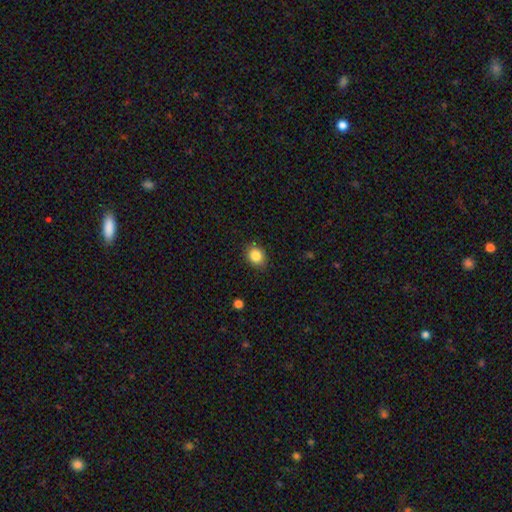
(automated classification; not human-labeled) The model was most divided on "how rounded": round: 66%, in between: 33%, cigar-shaped: 1%. More confident: smooth or featured — smooth (85%); merging — none (85%).